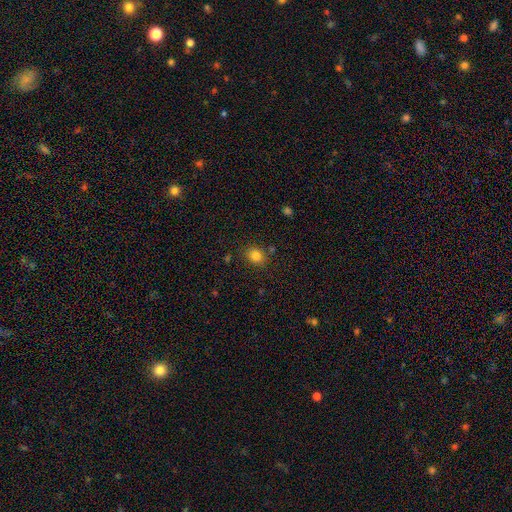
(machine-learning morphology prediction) A smooth galaxy with no disk features (82%) that is round (69%). Merging: none (83%).